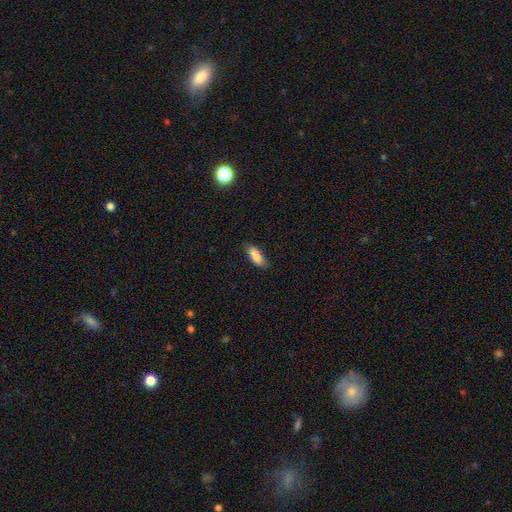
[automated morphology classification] smooth-or-featured: smooth: 84% | featured or disk: 10% | star or artifact: 7%
  how-rounded: in between: 68% | cigar-shaped: 30% | round: 2%
  merging: none: 78% | minor disturbance: 18% | major disturbance: 3% | merger: 1%